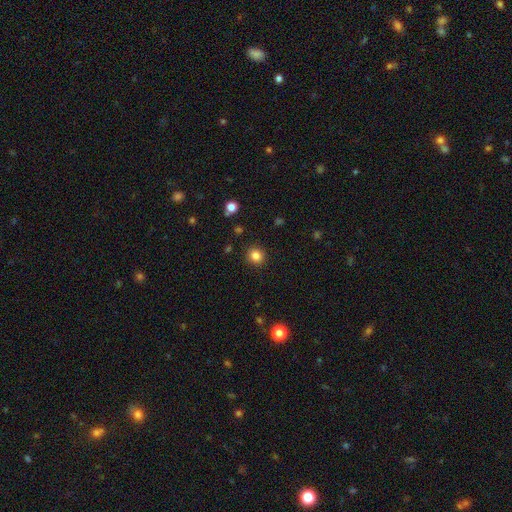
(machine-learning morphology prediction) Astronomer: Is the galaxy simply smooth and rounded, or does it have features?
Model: smooth — 84%.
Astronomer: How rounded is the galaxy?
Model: round — 90%.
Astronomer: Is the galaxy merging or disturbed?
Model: none — 91%.